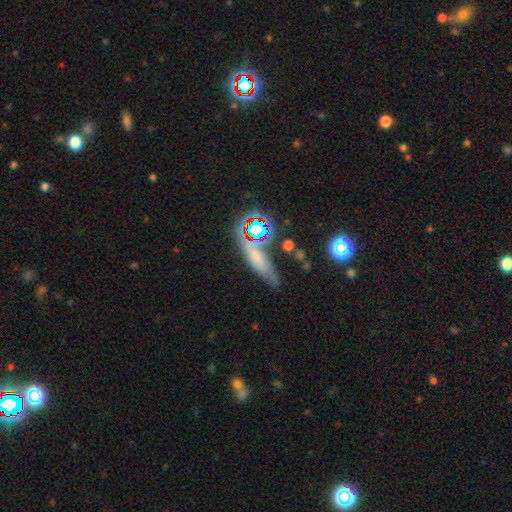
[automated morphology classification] Smooth or featured? smooth (45%)
Merging? none (64%)